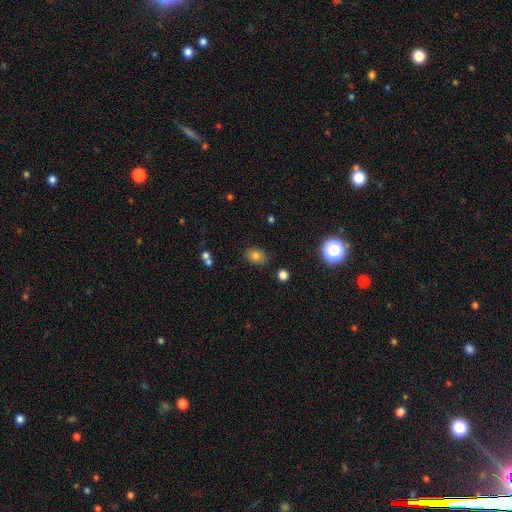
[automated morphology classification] smooth-or-featured: smooth: 77% | star or artifact: 14% | featured or disk: 9%
  how-rounded: in between: 70% | round: 28% | cigar-shaped: 1%
  merging: none: 82% | minor disturbance: 12% | major disturbance: 3% | merger: 3%